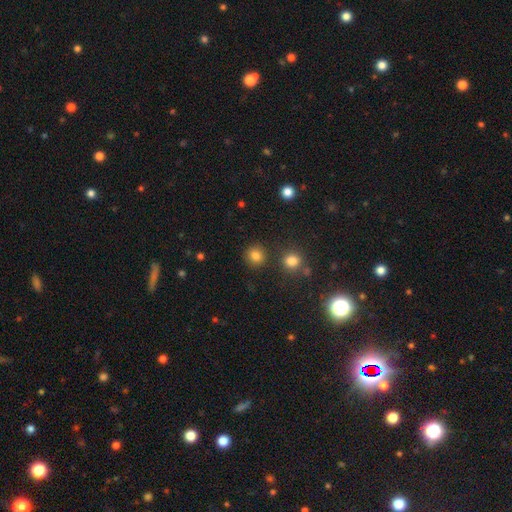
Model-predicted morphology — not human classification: A smooth galaxy with no disk features (82%) that is round (89%).

Vote fractions:
- Smooth or featured? smooth: 82% / star or artifact: 13% / featured or disk: 5%
- How rounded? round: 89% / in between: 10% / cigar-shaped: 1%
- Merging? none: 86% / minor disturbance: 7% / merger: 5% / major disturbance: 3%